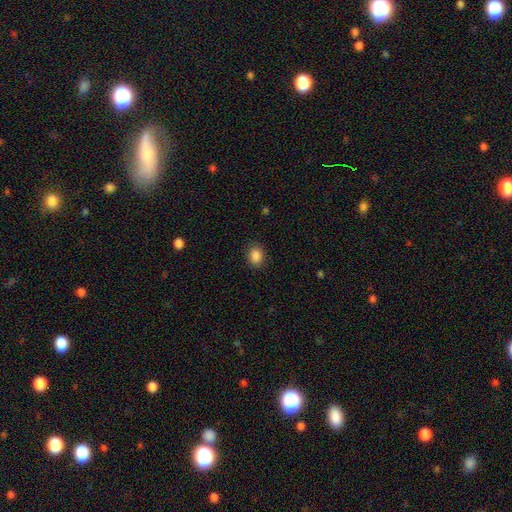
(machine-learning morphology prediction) A smooth galaxy with no disk features (87%) that is in between round and cigar-shaped (64%). Merging: none (86%).